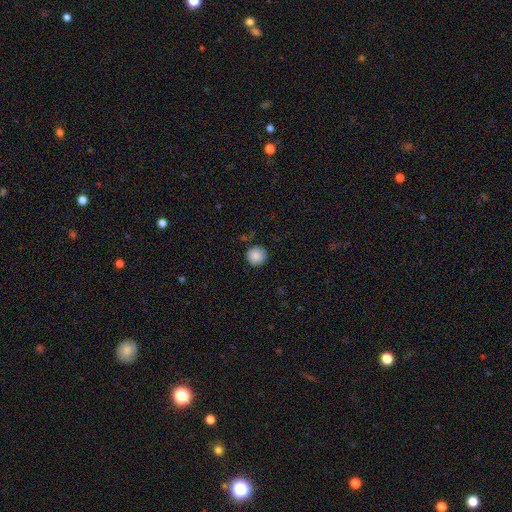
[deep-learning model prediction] Smooth or featured?
  - smooth: 88% *
  - star or artifact: 9%
  - featured or disk: 3%
How rounded?
  - round: 95% *
  - in between: 4%
  - cigar-shaped: 1%
Merging?
  - none: 87% *
  - minor disturbance: 9%
  - major disturbance: 2%
  - merger: 1%